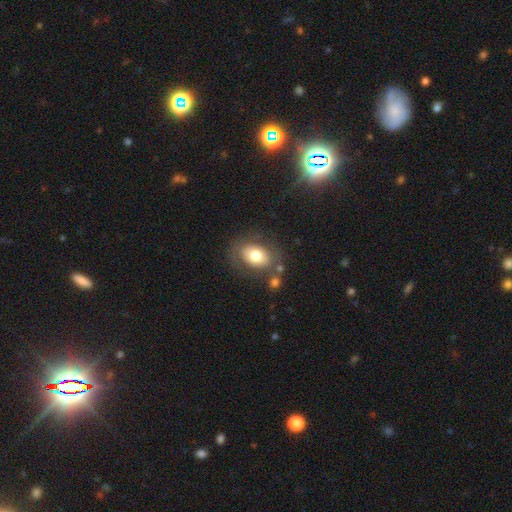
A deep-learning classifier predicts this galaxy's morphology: This is likely a smooth galaxy (70%). How rounded: likely in between (73%). Merging: likely none (70%).